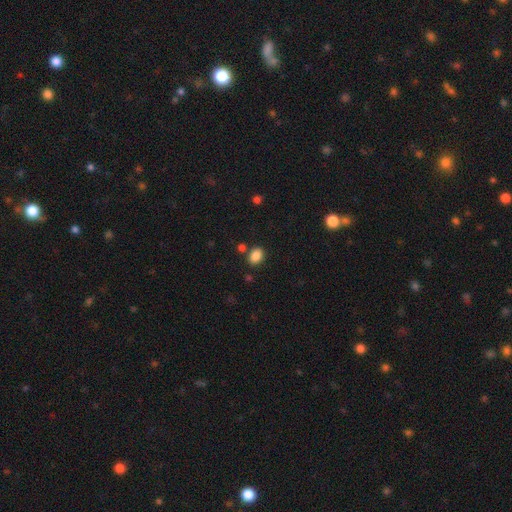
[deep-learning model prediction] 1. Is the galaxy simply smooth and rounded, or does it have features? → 86% smooth, 10% star or artifact, 4% featured or disk.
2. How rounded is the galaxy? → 70% in between, 29% round, 1% cigar-shaped.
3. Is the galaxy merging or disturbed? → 79% none, 11% minor disturbance, 7% merger, 3% major disturbance.